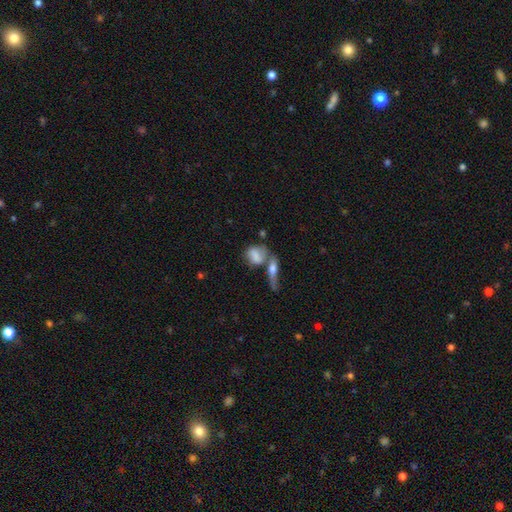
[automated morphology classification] A smooth galaxy with no disk features (63%) that is in between round and cigar-shaped (59%).

Vote fractions:
- Smooth or featured? smooth: 63% / featured or disk: 28% / star or artifact: 9%
- How rounded? in between: 59% / round: 34% / cigar-shaped: 7%
- Merging? merger: 45% / none: 28% / minor disturbance: 15% / major disturbance: 12%